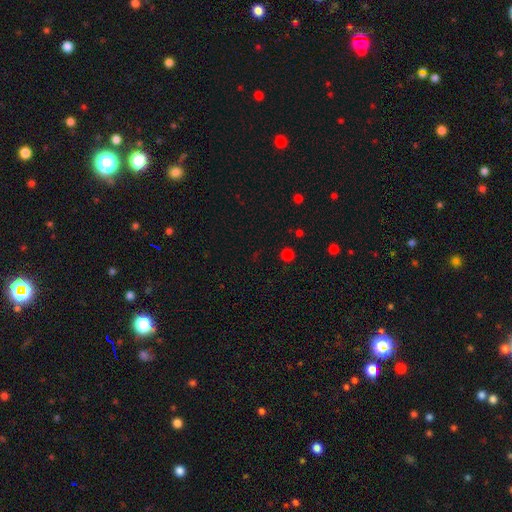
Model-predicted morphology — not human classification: Smooth or featured? smooth (53%)
How rounded? round (91%)
Merging? none (88%)